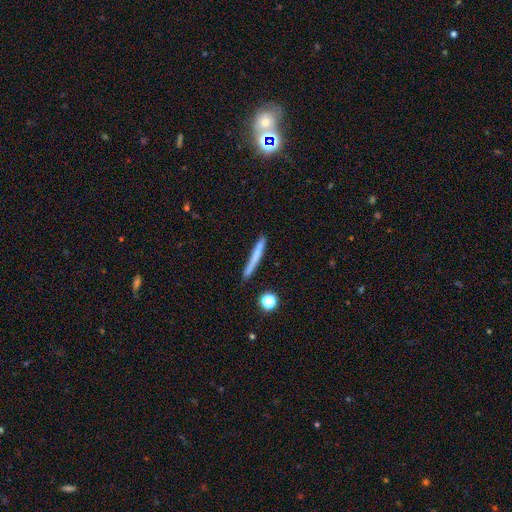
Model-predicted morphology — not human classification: This is likely a smooth galaxy (63%). How rounded: clearly cigar-shaped (96%). Merging: clearly none (83%).